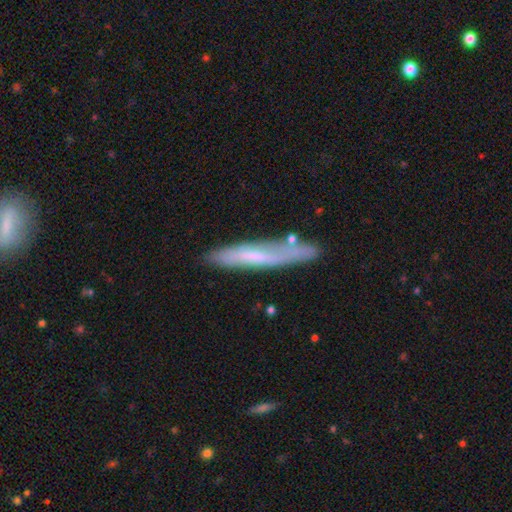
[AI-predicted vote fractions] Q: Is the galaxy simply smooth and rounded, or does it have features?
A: smooth — 51%.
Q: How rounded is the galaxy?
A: cigar-shaped — 92%.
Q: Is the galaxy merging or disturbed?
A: none — 69%.